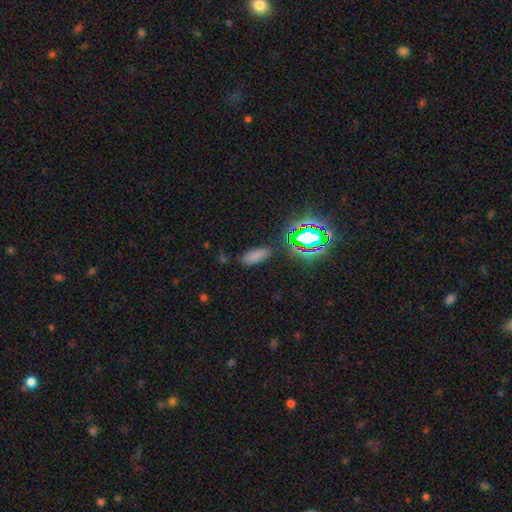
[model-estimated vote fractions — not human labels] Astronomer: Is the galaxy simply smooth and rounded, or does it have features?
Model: smooth — 71%.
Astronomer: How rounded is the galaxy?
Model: in between — 75%.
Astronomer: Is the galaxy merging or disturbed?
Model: none — 82%.